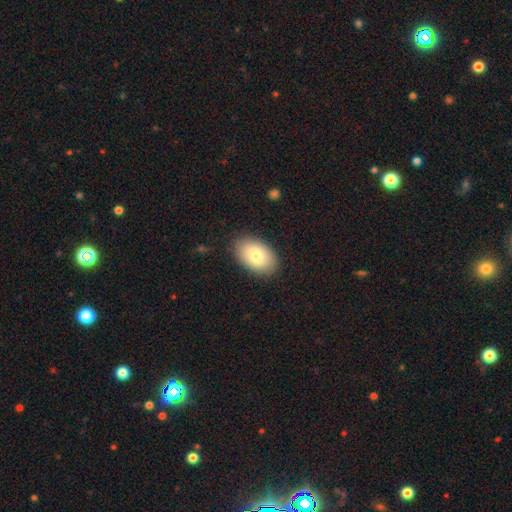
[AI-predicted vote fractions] This appears to be a smooth galaxy with no disk features (80%) that is in between round and cigar-shaped (93%). Merging: none (87%).